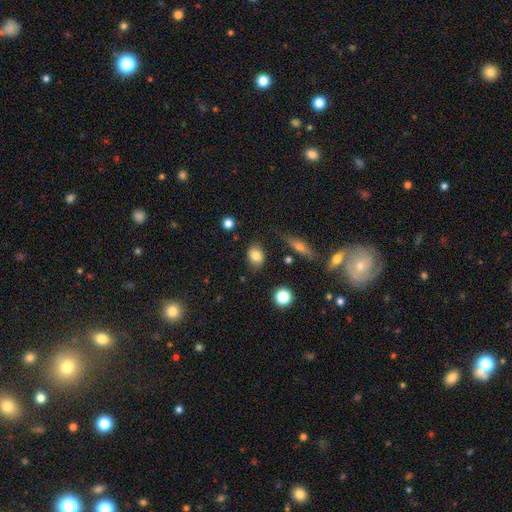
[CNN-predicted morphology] This is clearly a smooth galaxy (81%). How rounded: likely in between (63%). Merging: likely none (76%).